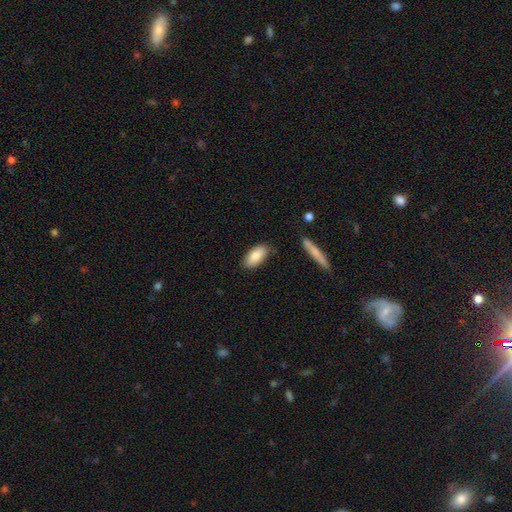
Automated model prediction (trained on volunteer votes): Smooth or featured?
  - smooth: 84% *
  - featured or disk: 9%
  - star or artifact: 6%
How rounded?
  - in between: 89% *
  - cigar-shaped: 9%
  - round: 2%
Merging?
  - none: 81% *
  - minor disturbance: 14%
  - major disturbance: 3%
  - merger: 2%